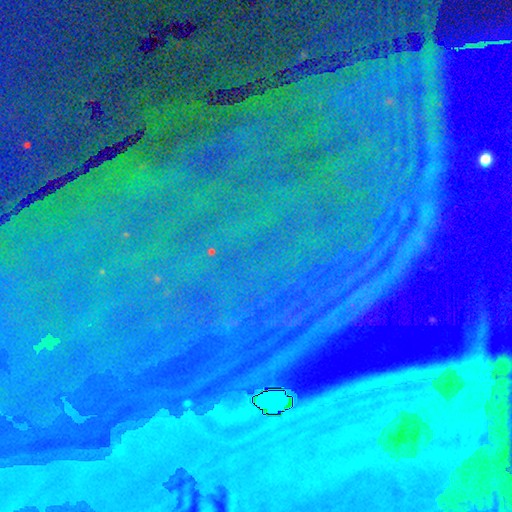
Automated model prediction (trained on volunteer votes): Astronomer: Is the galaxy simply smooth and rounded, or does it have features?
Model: star or artifact — 87%.